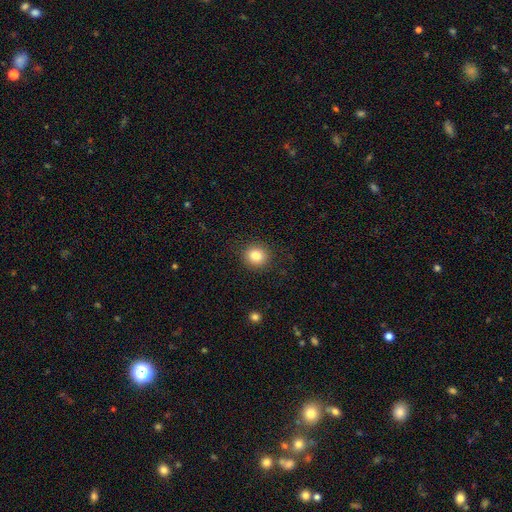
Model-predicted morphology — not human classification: Overall: smooth (83%). How rounded: round (90%). Merging: none (90%).